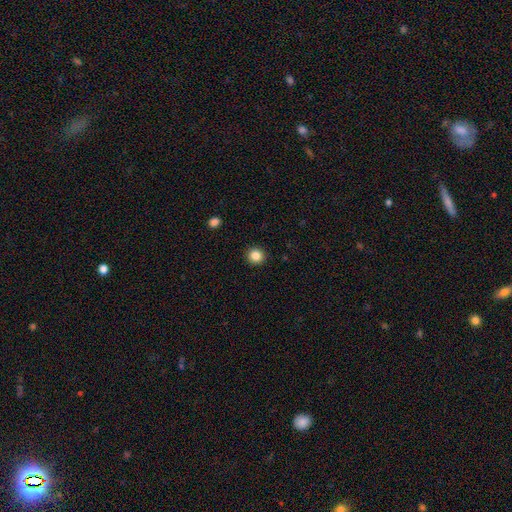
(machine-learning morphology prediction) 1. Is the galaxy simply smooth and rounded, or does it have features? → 85% smooth, 11% star or artifact, 4% featured or disk.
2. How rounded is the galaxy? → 94% round, 5% in between, 1% cigar-shaped.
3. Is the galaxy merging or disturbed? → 93% none, 5% minor disturbance, 2% major disturbance, 1% merger.